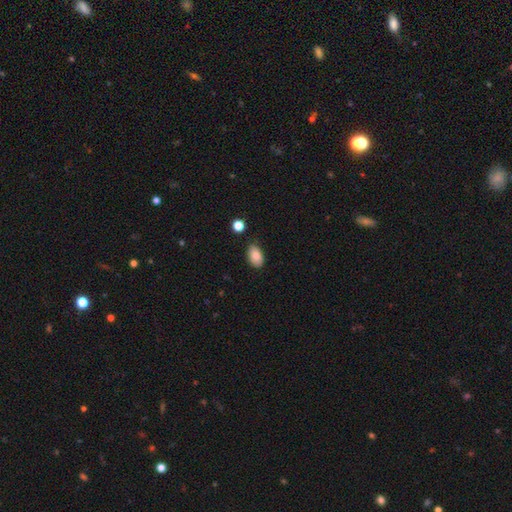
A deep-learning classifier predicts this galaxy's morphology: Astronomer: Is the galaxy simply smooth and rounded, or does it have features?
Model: smooth — 84%.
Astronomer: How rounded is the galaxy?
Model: in between — 92%.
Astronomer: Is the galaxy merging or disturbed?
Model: none — 80%.